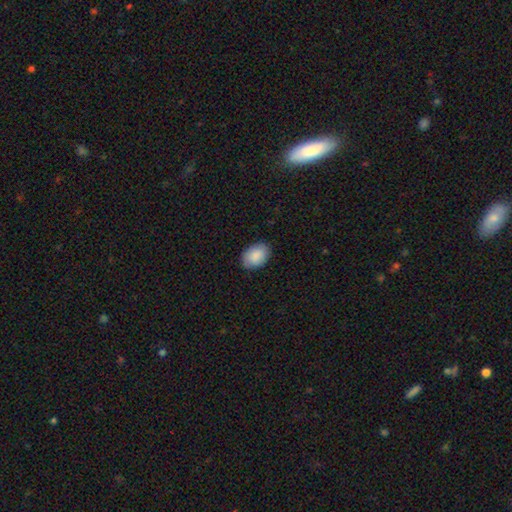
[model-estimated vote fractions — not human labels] smooth_or_featured: smooth (p=0.89) [alt: star or artifact p=0.06]
how_rounded: in between (p=0.85) [alt: round p=0.14]
merging: none (p=0.87) [alt: minor disturbance p=0.10]